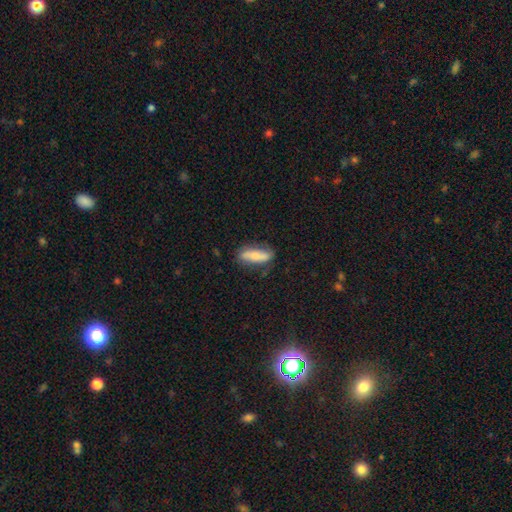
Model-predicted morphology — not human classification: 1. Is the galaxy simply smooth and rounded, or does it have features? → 64% smooth, 30% featured or disk, 6% star or artifact.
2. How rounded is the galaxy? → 49% cigar-shaped, 48% in between, 2% round.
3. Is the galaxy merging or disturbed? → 75% none, 18% minor disturbance, 5% major disturbance, 2% merger.